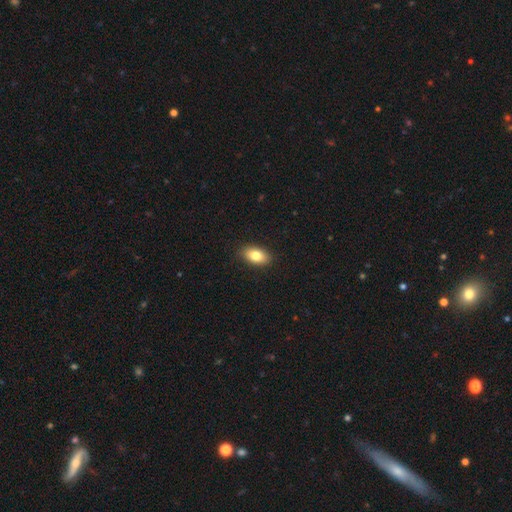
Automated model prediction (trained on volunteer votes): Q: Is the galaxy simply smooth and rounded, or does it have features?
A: smooth — 81%.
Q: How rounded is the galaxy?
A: in between — 90%.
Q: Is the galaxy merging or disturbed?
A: none — 89%.